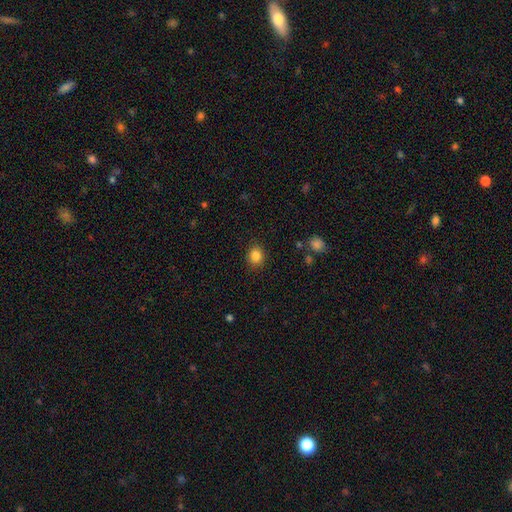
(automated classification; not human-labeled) smooth_or_featured: smooth (p=0.85) [alt: star or artifact p=0.11]
how_rounded: round (p=0.70) [alt: in between p=0.29]
merging: none (p=0.88) [alt: minor disturbance p=0.08]